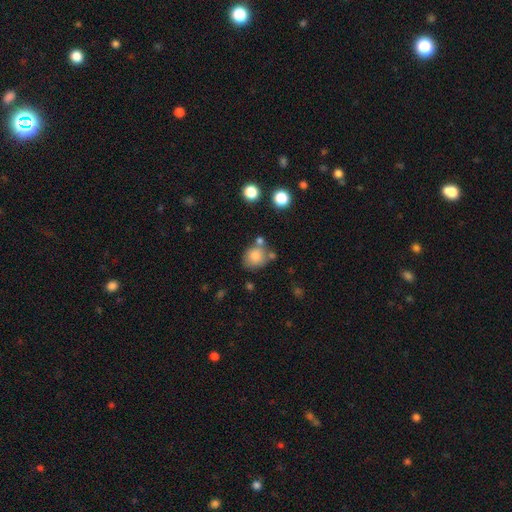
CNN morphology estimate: smooth 80%, star or artifact 10%, featured or disk 10%. Down the decision tree: how rounded — round (69%); merging — none (61%).